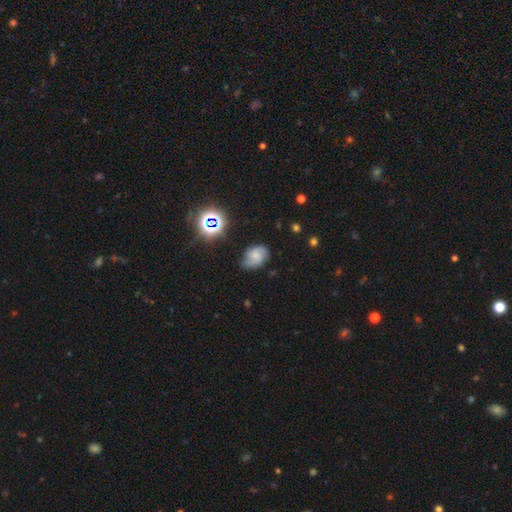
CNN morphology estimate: Smooth or featured: featured or disk — 46% (smooth — 40%)
Merging: none — 60% (minor disturbance — 29%)